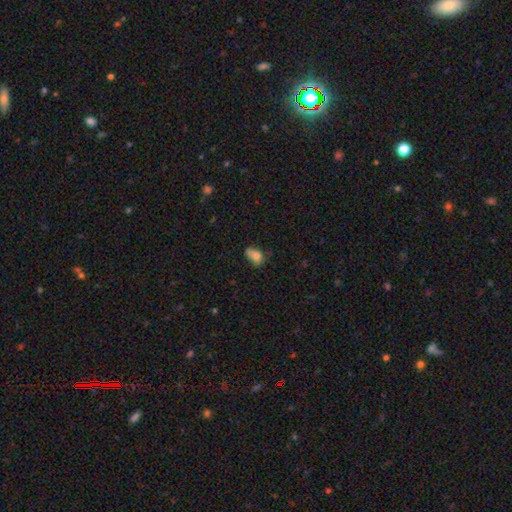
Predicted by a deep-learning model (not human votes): Smooth or featured?
  - smooth: 77% *
  - featured or disk: 13%
  - star or artifact: 10%
How rounded?
  - in between: 81% *
  - round: 17%
  - cigar-shaped: 2%
Merging?
  - none: 43% *
  - minor disturbance: 36%
  - major disturbance: 12%
  - merger: 9%